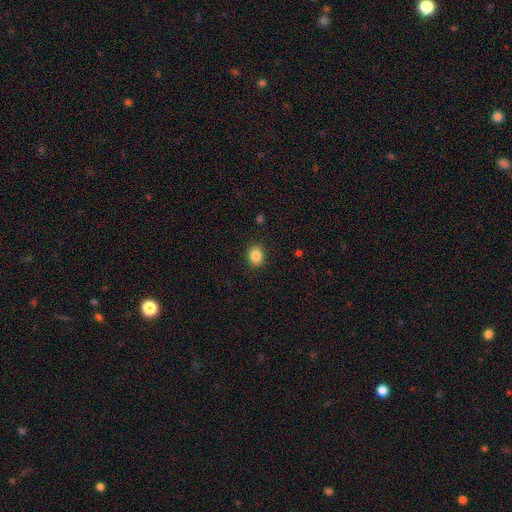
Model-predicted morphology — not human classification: smooth_or_featured: smooth (p=0.86) [alt: star or artifact p=0.10]
how_rounded: round (p=0.55) [alt: in between p=0.44]
merging: none (p=0.88) [alt: minor disturbance p=0.08]